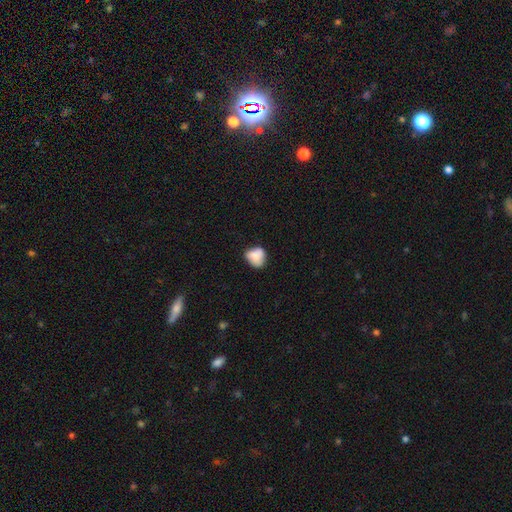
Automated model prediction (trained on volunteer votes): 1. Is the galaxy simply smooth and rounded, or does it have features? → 78% smooth, 12% featured or disk, 9% star or artifact.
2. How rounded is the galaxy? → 52% round, 47% in between, 1% cigar-shaped.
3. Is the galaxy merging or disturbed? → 50% none, 34% minor disturbance, 10% major disturbance, 7% merger.